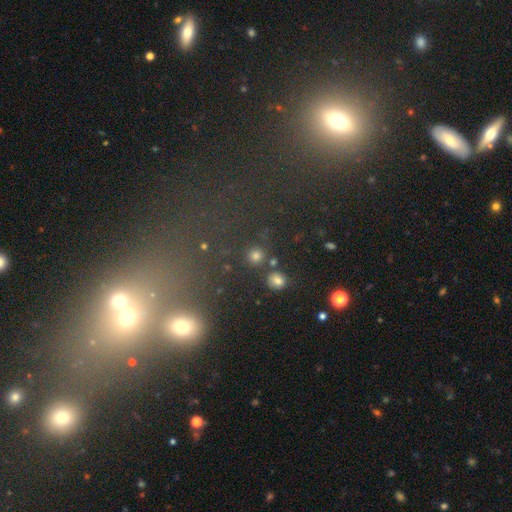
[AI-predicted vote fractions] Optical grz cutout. It shows a smooth galaxy with no disk features (74%) that is round (92%). Merging: none (83%).